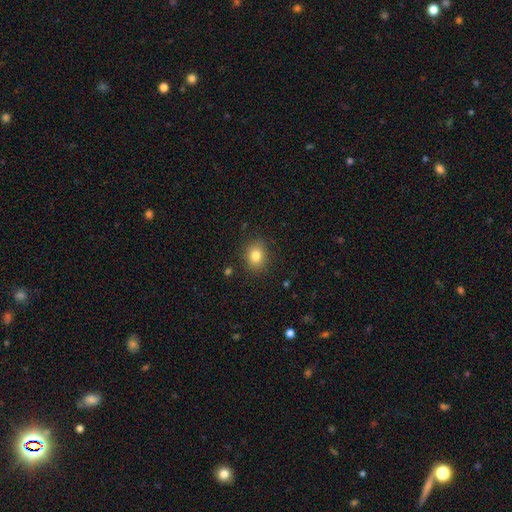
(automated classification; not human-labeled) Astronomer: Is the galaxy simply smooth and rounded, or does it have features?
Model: smooth — 82%.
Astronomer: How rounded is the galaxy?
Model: round — 56% (runner-up: in between, 43%).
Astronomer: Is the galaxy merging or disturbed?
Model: none — 87%.